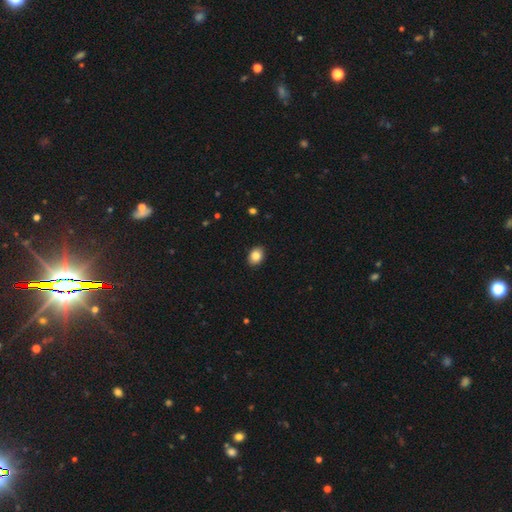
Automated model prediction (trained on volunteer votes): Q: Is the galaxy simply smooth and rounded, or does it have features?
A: smooth — 85%.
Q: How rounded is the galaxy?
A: in between — 63%.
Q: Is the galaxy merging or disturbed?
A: none — 90%.